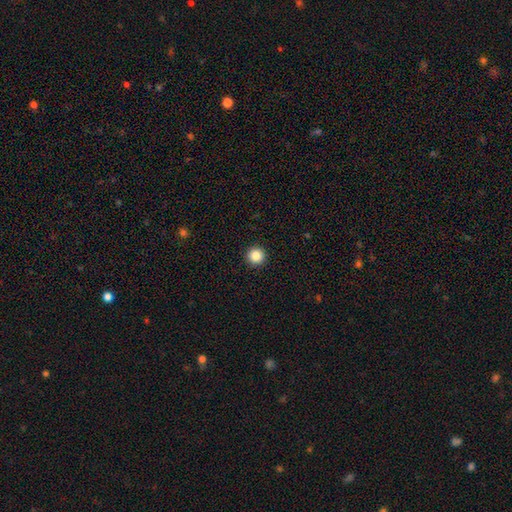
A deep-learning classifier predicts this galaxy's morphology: This appears to be a smooth galaxy with no disk features (86%) that is round (96%). Merging: none (94%).